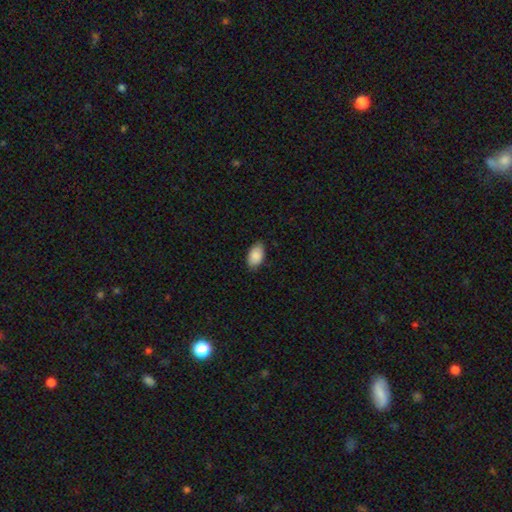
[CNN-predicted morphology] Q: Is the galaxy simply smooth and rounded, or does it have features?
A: smooth — 88%.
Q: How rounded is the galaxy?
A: in between — 93%.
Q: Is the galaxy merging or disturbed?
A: none — 81%.